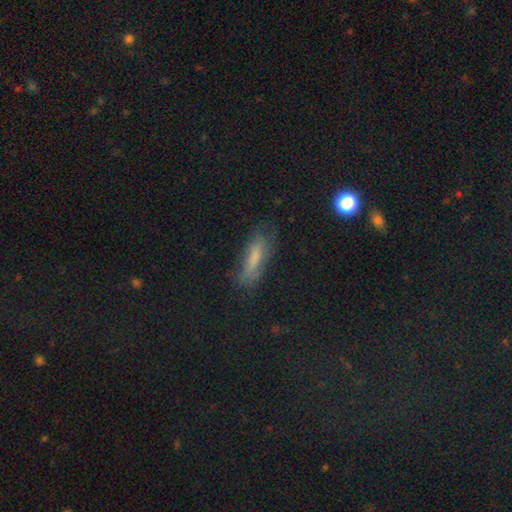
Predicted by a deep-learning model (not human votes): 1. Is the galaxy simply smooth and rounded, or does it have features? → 64% smooth, 21% featured or disk, 15% star or artifact.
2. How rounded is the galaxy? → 57% cigar-shaped, 40% in between, 3% round.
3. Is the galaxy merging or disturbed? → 64% none, 24% minor disturbance, 10% major disturbance, 2% merger.